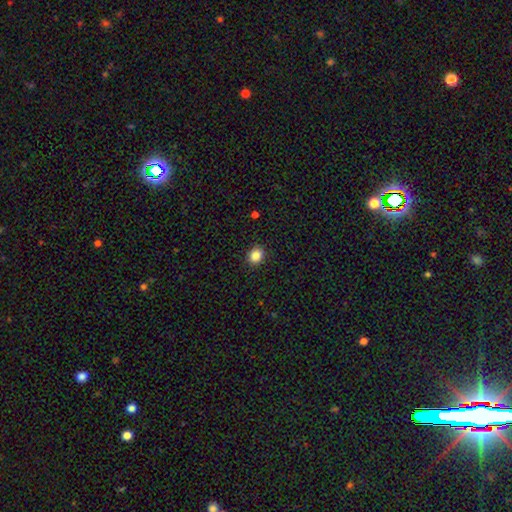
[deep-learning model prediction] Morphology: type=smooth (86%); roundness=round (71%); merging=none (91%).